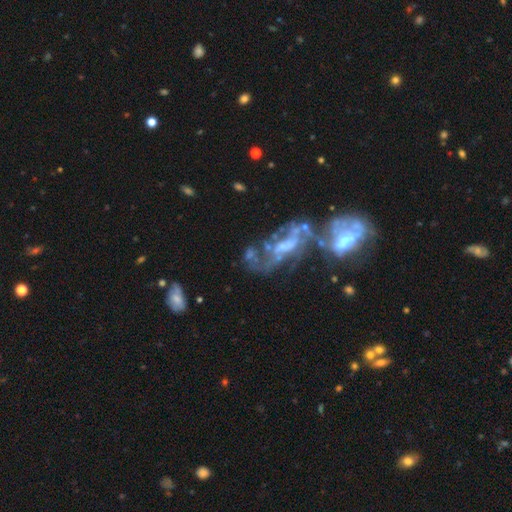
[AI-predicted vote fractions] Smooth or featured? Predicted: featured or disk (p=0.71). Edge-on disk? Predicted: no (p=0.93). Bar? Predicted: no (p=0.61). Spiral arms? Predicted: no (p=0.58). Bulge size? Predicted: none (p=0.34). Merging? Predicted: merger (p=0.38).